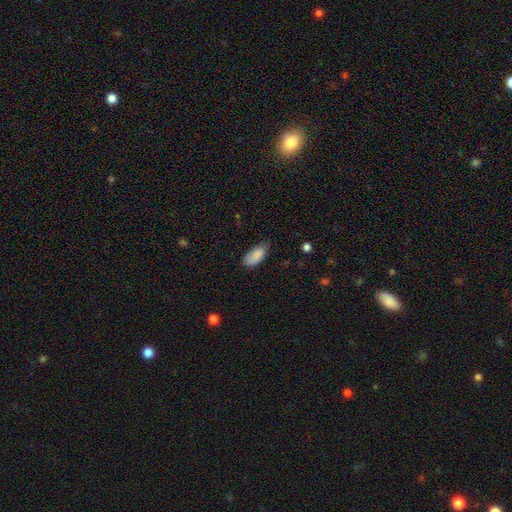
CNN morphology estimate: type=smooth (87%); roundness=in between (89%); merging=none (64%).